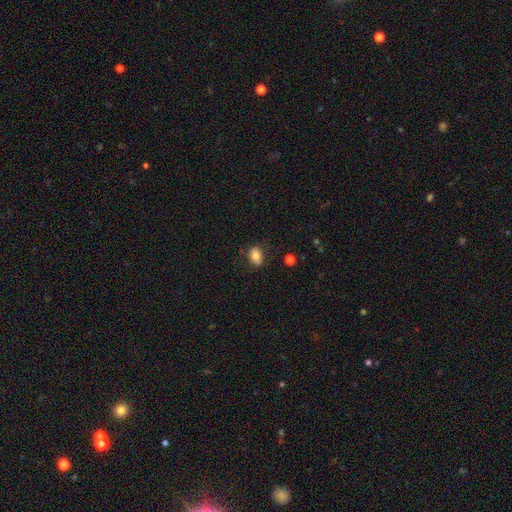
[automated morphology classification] Smooth or featured? smooth (78%)
How rounded? in between (76%)
Merging? none (80%)